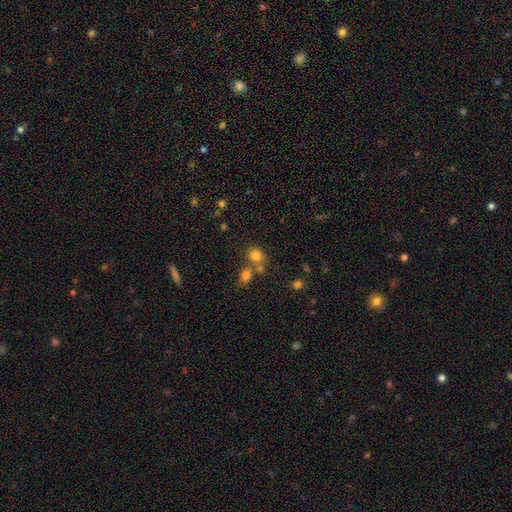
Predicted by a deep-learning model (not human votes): Smooth or featured? smooth (78%)
How rounded? round (71%)
Merging? none (52%)